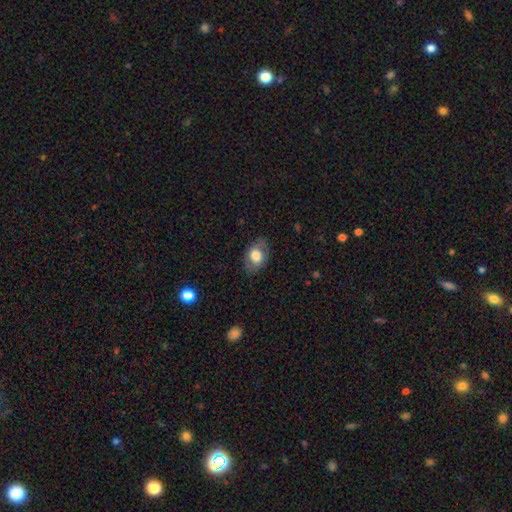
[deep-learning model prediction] Morphology: type=smooth (68%); roundness=in between (81%); merging=none (78%).